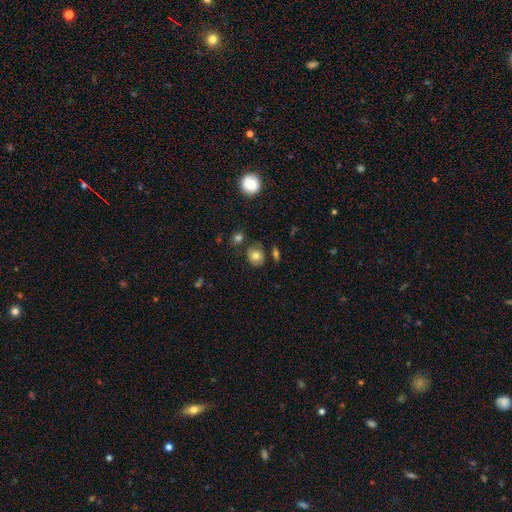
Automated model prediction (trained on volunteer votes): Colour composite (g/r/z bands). It shows a smooth galaxy with no disk features (77%) that is round (72%). Merging: none (73%).